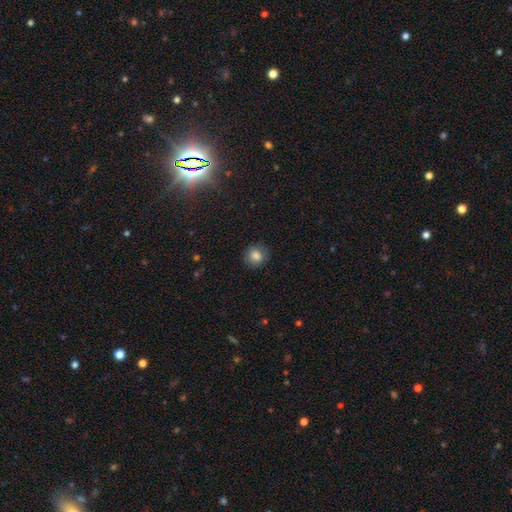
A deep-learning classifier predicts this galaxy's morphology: Q: Smooth or featured?
A: smooth (83%); runner-up: star or artifact (10%)
Q: How rounded?
A: round (85%); runner-up: in between (14%)
Q: Merging?
A: none (87%); runner-up: minor disturbance (10%)